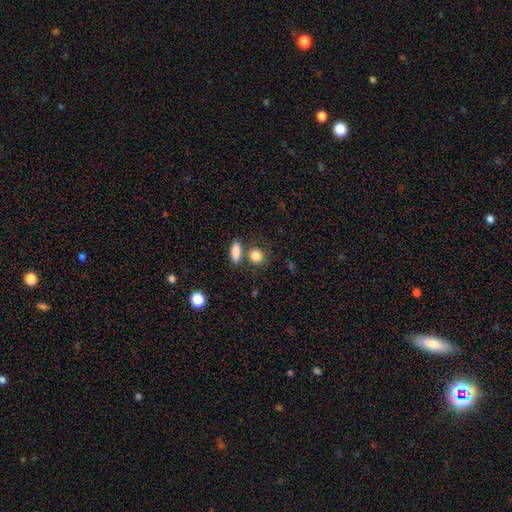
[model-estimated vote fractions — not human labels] Smooth or featured?
  - smooth: 85% *
  - star or artifact: 9%
  - featured or disk: 6%
How rounded?
  - round: 62% *
  - in between: 35%
  - cigar-shaped: 3%
Merging?
  - none: 65% *
  - merger: 19%
  - minor disturbance: 11%
  - major disturbance: 4%